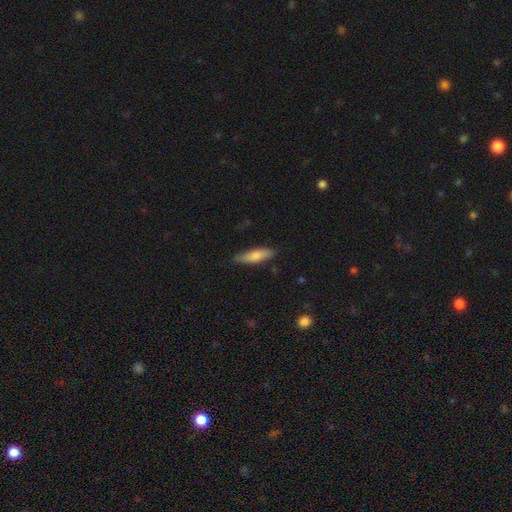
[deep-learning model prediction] Smooth or featured?
  - smooth: 75% *
  - featured or disk: 19%
  - star or artifact: 6%
How rounded?
  - cigar-shaped: 65% *
  - in between: 34%
  - round: 2%
Merging?
  - none: 80% *
  - minor disturbance: 16%
  - major disturbance: 3%
  - merger: 1%